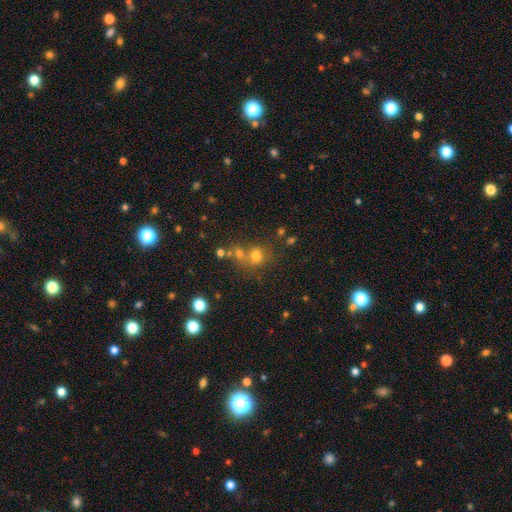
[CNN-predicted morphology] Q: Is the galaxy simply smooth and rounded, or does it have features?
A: smooth — 68%.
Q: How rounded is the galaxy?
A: round — 75%.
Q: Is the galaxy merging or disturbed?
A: none — 49%.